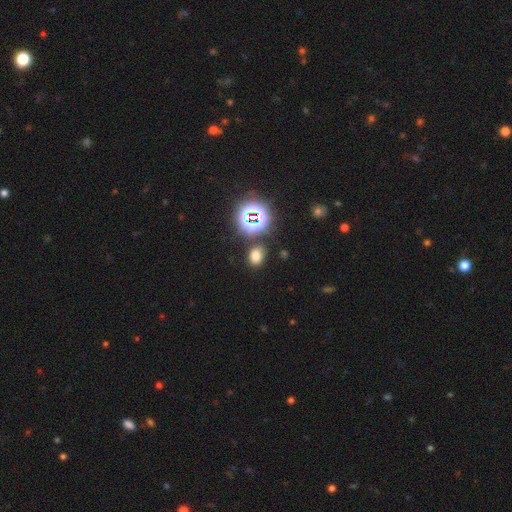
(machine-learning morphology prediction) A smooth galaxy with no disk features (68%) that is in between round and cigar-shaped (61%).

Vote fractions:
- Smooth or featured? smooth: 68% / star or artifact: 26% / featured or disk: 6%
- How rounded? in between: 61% / round: 38% / cigar-shaped: 1%
- Merging? none: 80% / minor disturbance: 11% / merger: 6% / major disturbance: 4%